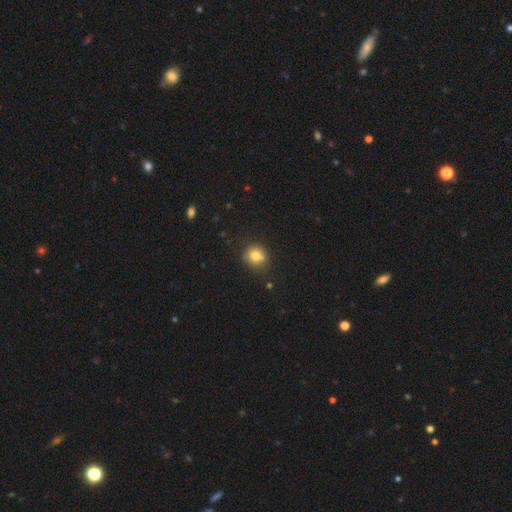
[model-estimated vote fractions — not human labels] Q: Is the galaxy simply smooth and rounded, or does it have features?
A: smooth — 77%.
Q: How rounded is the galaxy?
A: round — 81%.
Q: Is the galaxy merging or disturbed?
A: none — 70%.